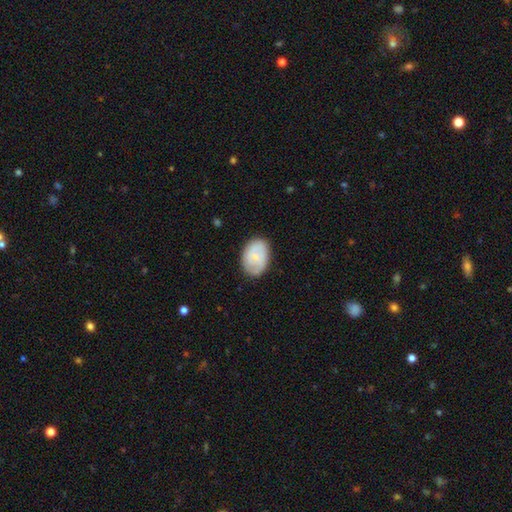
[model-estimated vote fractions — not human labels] The model was most divided on "smooth or featured": smooth: 61%, featured or disk: 33%, star or artifact: 6%. More confident: how rounded — in between (79%); merging — none (77%).